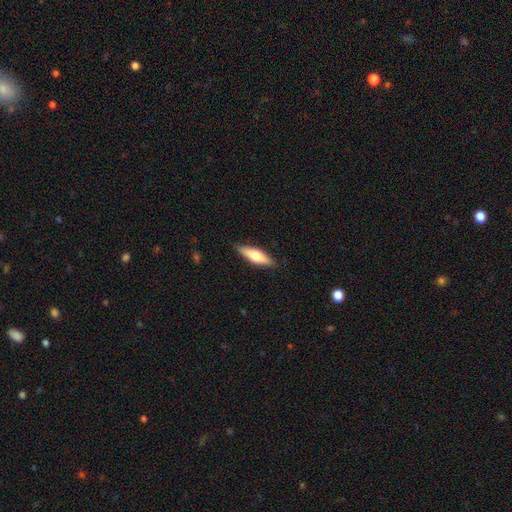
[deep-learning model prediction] smooth 55%, featured or disk 39%, star or artifact 6%. Down the decision tree: how rounded — cigar-shaped (61%); merging — none (88%).